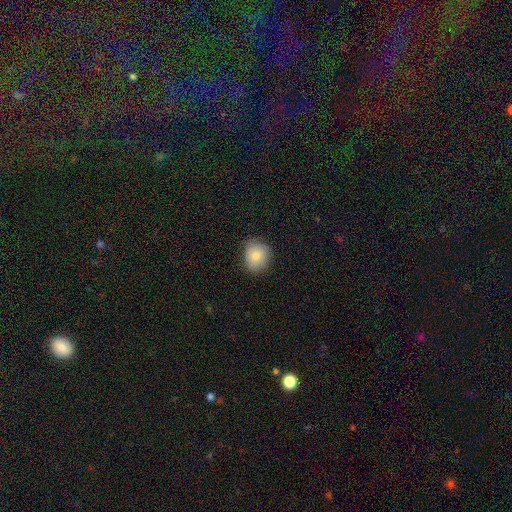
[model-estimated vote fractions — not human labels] This appears to be a smooth galaxy with no disk features (79%) that is round (71%). Merging: none (79%).